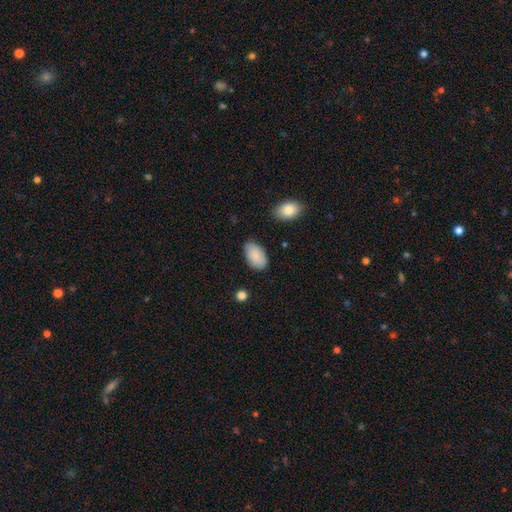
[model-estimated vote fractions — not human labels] smooth-or-featured: smooth: 88% | star or artifact: 6% | featured or disk: 6%
  how-rounded: in between: 95% | round: 4% | cigar-shaped: 1%
  merging: none: 82% | minor disturbance: 14% | major disturbance: 3% | merger: 2%